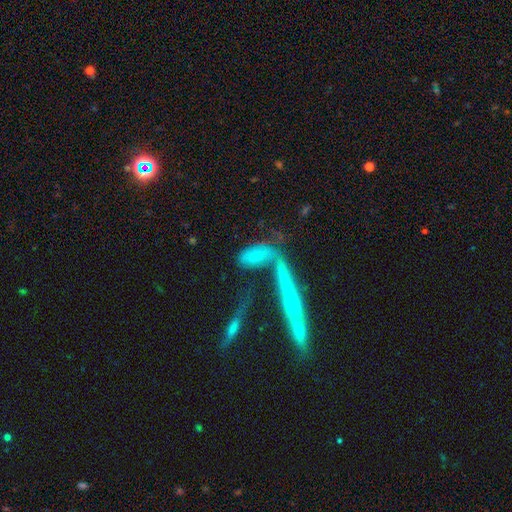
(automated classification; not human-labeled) Smooth or featured?
  - smooth: 60% *
  - featured or disk: 30%
  - star or artifact: 11%
How rounded?
  - in between: 63% *
  - cigar-shaped: 31%
  - round: 6%
Merging?
  - merger: 38% *
  - none: 31%
  - minor disturbance: 16%
  - major disturbance: 15%